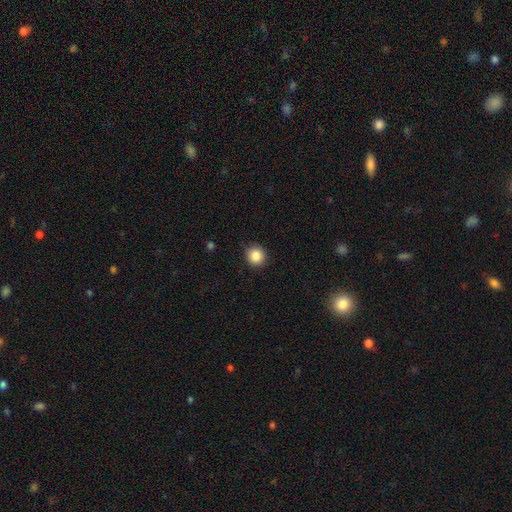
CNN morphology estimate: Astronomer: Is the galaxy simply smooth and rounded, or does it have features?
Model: smooth — 86%.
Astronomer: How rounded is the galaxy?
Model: round — 93%.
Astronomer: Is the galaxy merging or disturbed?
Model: none — 88%.